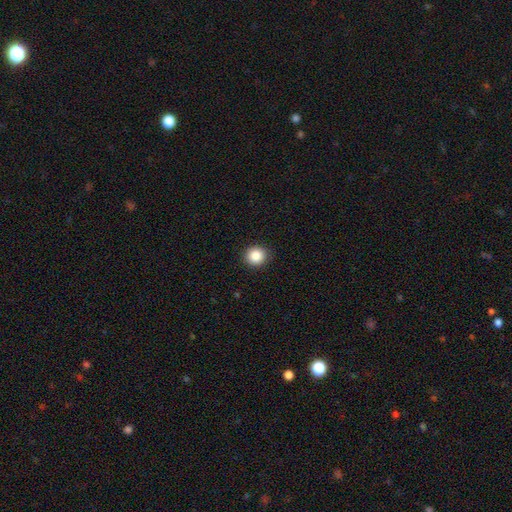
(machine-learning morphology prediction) Overall: smooth (87%). How rounded: round (90%). Merging: none (91%).